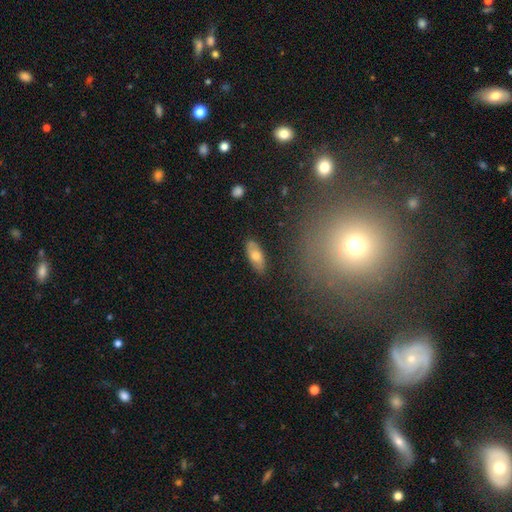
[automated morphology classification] smooth_or_featured: smooth (p=0.68) [alt: featured or disk p=0.25]
how_rounded: in between (p=0.81) [alt: cigar-shaped p=0.17]
merging: none (p=0.84) [alt: minor disturbance p=0.11]